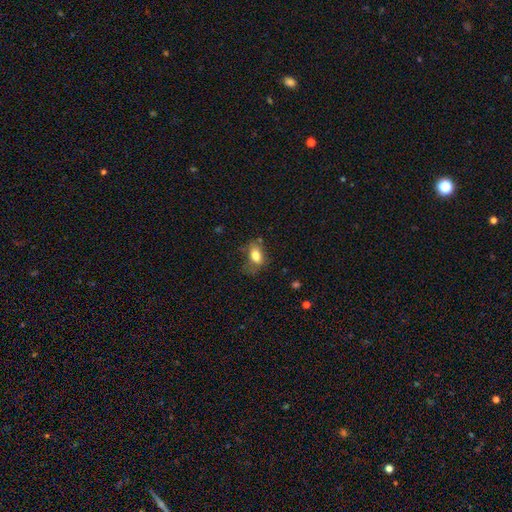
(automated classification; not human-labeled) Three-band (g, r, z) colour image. It shows a smooth galaxy with no disk features (79%) that is in between round and cigar-shaped (84%). Merging: none (50%).